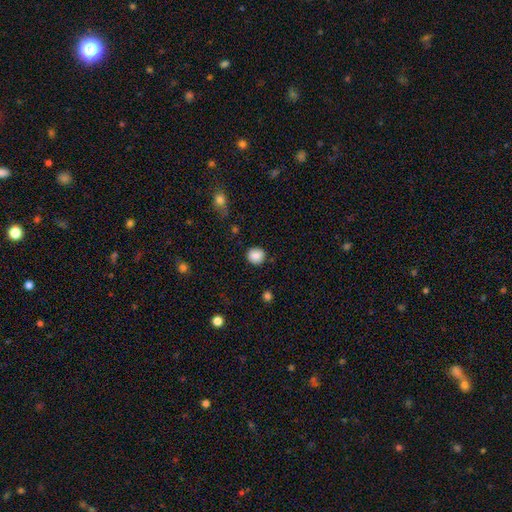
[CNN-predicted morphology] Overall: smooth (87%). How rounded: round (86%). Merging: none (87%).